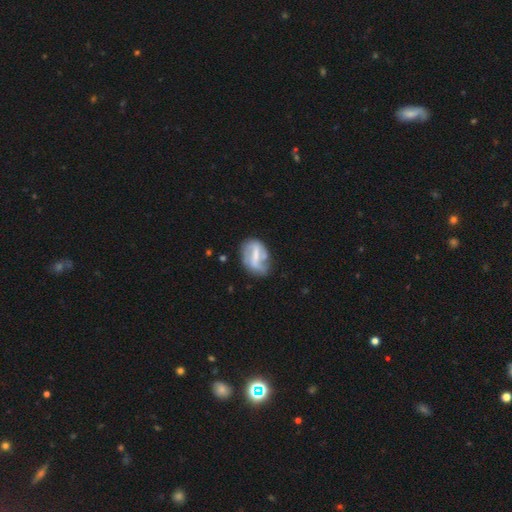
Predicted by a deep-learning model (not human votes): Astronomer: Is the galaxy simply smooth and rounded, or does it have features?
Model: featured or disk — 67%.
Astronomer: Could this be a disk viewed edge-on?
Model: no — 96%.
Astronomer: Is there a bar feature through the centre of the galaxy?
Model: strong — 51% (runner-up: weak, 34%).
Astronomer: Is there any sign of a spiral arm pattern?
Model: yes — 70%.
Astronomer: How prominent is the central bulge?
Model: none — 37% (runner-up: small, 32%).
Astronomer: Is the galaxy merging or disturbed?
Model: none — 52% (runner-up: minor disturbance, 27%).